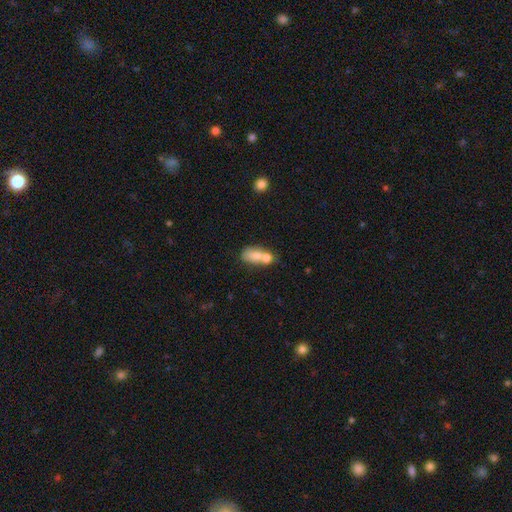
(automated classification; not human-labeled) Smooth or featured: smooth — 71% (featured or disk — 20%)
How rounded: in between — 79% (round — 16%)
Merging: merger — 55% (none — 27%)